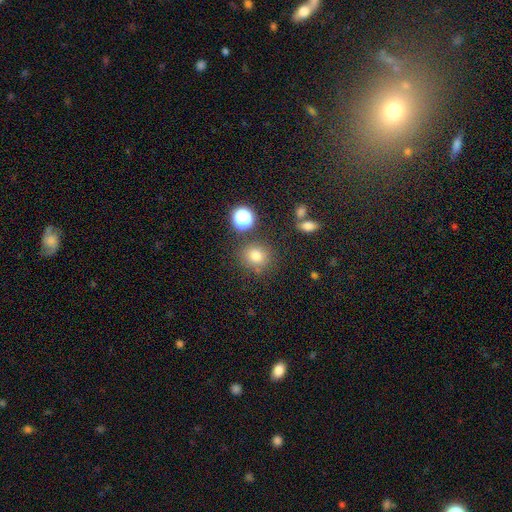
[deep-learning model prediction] Smooth or featured? smooth (77%)
How rounded? round (81%)
Merging? none (79%)